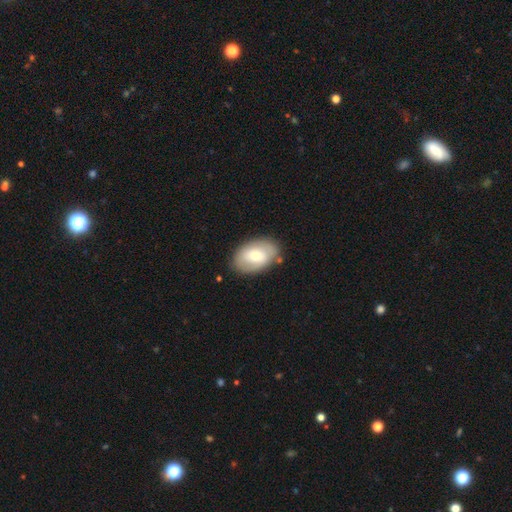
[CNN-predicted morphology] A smooth galaxy with no disk features (58%) that is in between round and cigar-shaped (88%).

Vote fractions:
- Smooth or featured? smooth: 58% / featured or disk: 36% / star or artifact: 6%
- How rounded? in between: 88% / round: 11% / cigar-shaped: 1%
- Merging? none: 76% / minor disturbance: 16% / major disturbance: 4% / merger: 3%